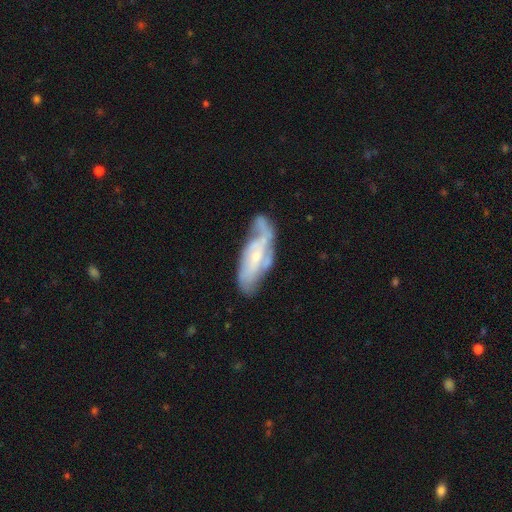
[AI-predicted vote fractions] featured or disk 69%, smooth 24%, star or artifact 6%. Down the decision tree: edge-on disk — no (86%); bar — no (52%); spiral arms — yes (79%); bulge size — small (61%); merging — none (43%).